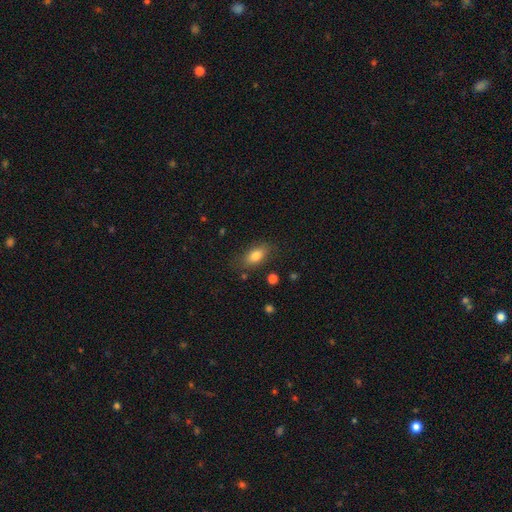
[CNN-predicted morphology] Smooth or featured? smooth (80%)
How rounded? in between (85%)
Merging? none (80%)